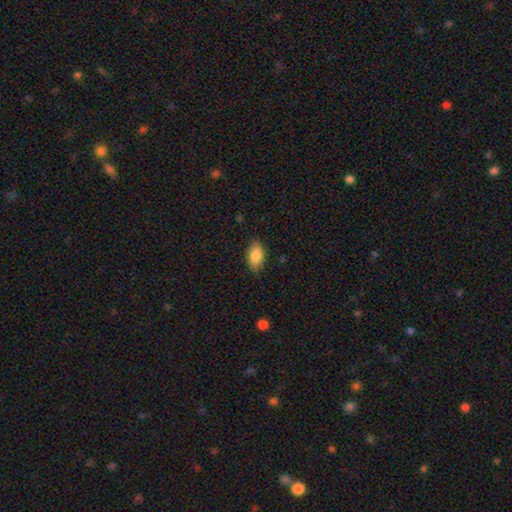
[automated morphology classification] Smooth or featured: smooth — 85% (featured or disk — 8%)
How rounded: in between — 92% (round — 4%)
Merging: none — 84% (minor disturbance — 12%)